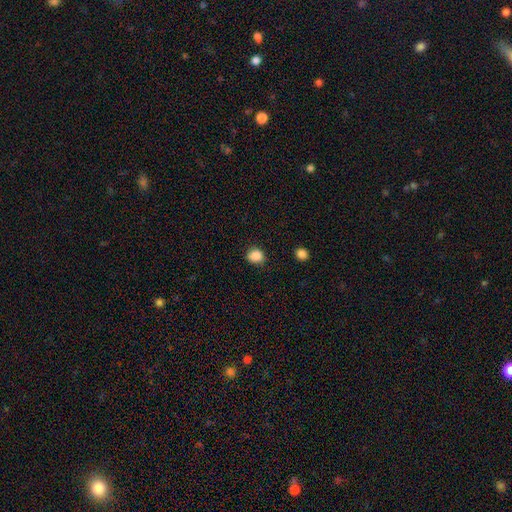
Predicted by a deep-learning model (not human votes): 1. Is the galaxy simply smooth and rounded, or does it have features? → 87% smooth, 10% star or artifact, 3% featured or disk.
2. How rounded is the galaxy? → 70% round, 29% in between, 1% cigar-shaped.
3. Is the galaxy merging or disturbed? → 83% none, 12% minor disturbance, 3% major disturbance, 2% merger.